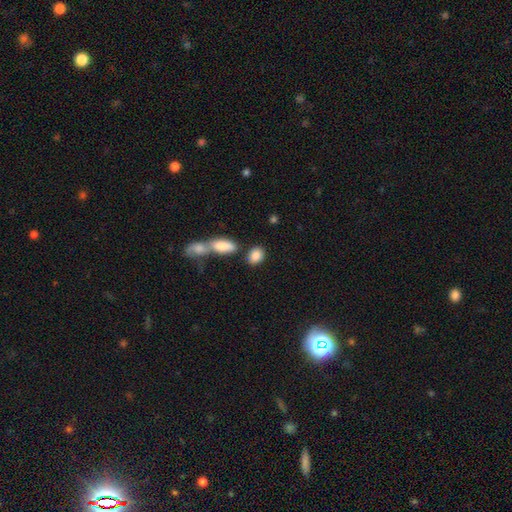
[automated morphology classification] A smooth galaxy with no disk features (85%) that is in between round and cigar-shaped (62%). Merging: none (68%).